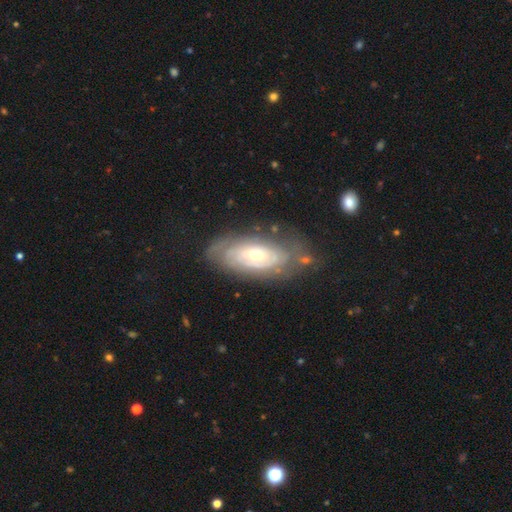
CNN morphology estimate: Q: Smooth or featured?
A: featured or disk (78%); runner-up: smooth (17%)
Q: Edge-on disk?
A: no (91%); runner-up: yes (9%)
Q: Bar?
A: no (71%); runner-up: weak (23%)
Q: Spiral arms?
A: yes (82%); runner-up: no (18%)
Q: Spiral winding?
A: tight (77%); runner-up: medium (18%)
Q: Spiral arm count?
A: can't tell (54%); runner-up: 2 (24%)
Q: Bulge size?
A: moderate (58%); runner-up: small (36%)
Q: Merging?
A: none (70%); runner-up: minor disturbance (20%)